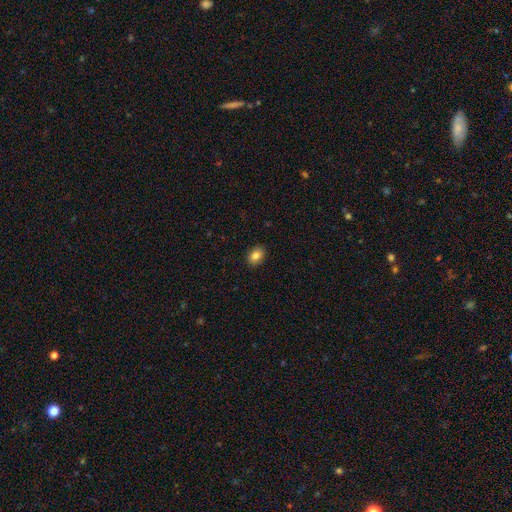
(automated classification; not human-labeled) Smooth or featured? smooth (84%)
How rounded? in between (67%)
Merging? none (90%)